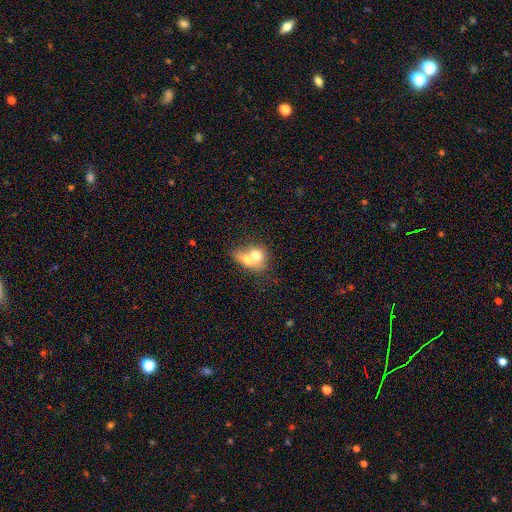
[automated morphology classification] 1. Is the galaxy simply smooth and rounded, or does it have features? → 64% smooth, 28% featured or disk, 8% star or artifact.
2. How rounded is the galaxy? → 54% round, 44% in between, 2% cigar-shaped.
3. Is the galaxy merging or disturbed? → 74% merger, 17% none, 6% minor disturbance, 3% major disturbance.